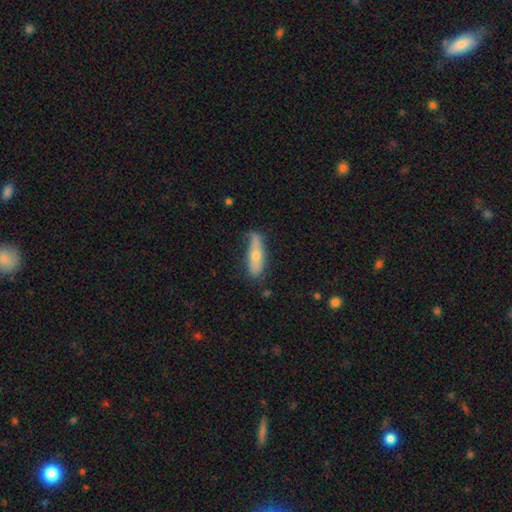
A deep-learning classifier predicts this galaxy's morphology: Smooth or featured?
  - smooth: 61% *
  - featured or disk: 33%
  - star or artifact: 6%
How rounded?
  - cigar-shaped: 55% *
  - in between: 43%
  - round: 2%
Merging?
  - none: 56% *
  - minor disturbance: 31%
  - major disturbance: 9%
  - merger: 3%